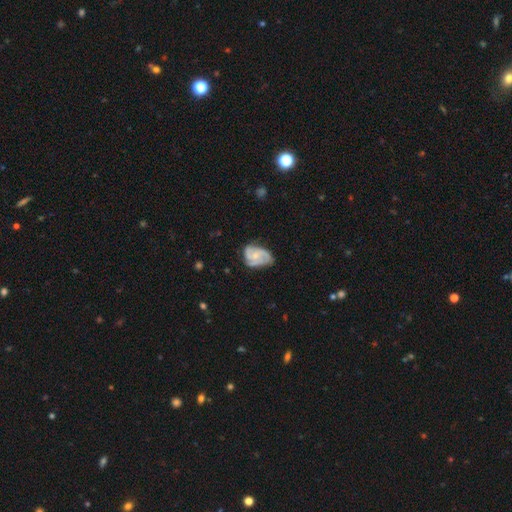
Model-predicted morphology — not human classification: A featured or disk galaxy (79%) with no bar (71%), 3 (59%) medium (47%) spiral arms (95%) and a small central bulge (59%).

Vote fractions:
- Smooth or featured? featured or disk: 79% / smooth: 15% / star or artifact: 6%
- Edge-on disk? no: 98% / yes: 2%
- Bar? no: 71% / weak: 25% / strong: 5%
- Spiral arms? yes: 95% / no: 5%
- Spiral winding? medium: 47% / tight: 39% / loose: 14%
- Spiral arm count? 3: 59% / 2: 20% / can't tell: 9% / 4: 7% / 1: 3% / more than 4: 3%
- Bulge size? small: 59% / moderate: 34% / none: 5% / large: 1% / dominant: 1%
- Merging? none: 55% / minor disturbance: 29% / major disturbance: 14% / merger: 2%